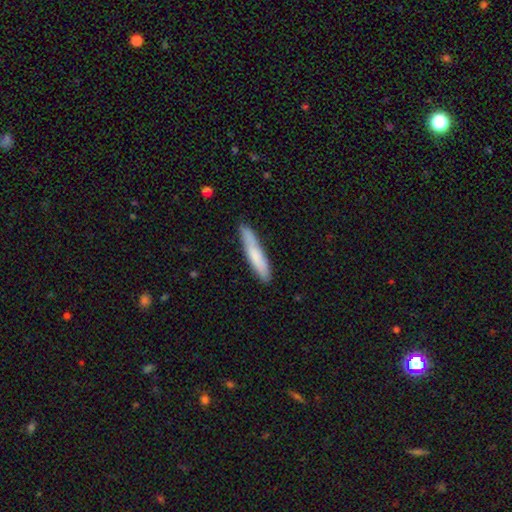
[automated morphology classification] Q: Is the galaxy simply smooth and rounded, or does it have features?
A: smooth — 74%.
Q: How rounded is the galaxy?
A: cigar-shaped — 91%.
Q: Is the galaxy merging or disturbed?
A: none — 82%.